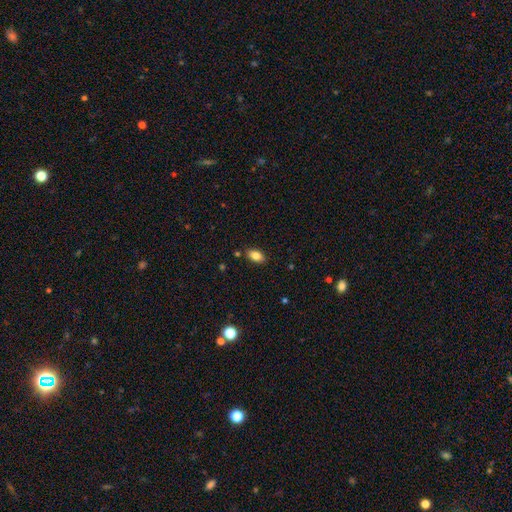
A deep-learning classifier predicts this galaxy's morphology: smooth_or_featured: smooth (p=0.84) [alt: star or artifact p=0.09]
how_rounded: in between (p=0.91) [alt: round p=0.07]
merging: none (p=0.85) [alt: minor disturbance p=0.10]